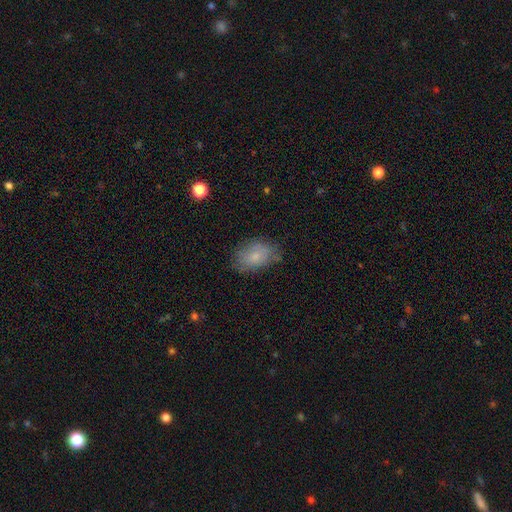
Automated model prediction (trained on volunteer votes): smooth_or_featured: smooth (p=0.77) [alt: featured or disk p=0.15]
how_rounded: in between (p=0.84) [alt: round p=0.14]
merging: none (p=0.68) [alt: minor disturbance p=0.24]